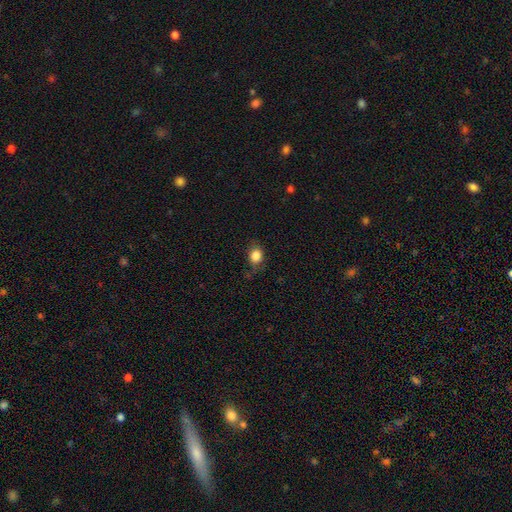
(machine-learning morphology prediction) smooth_or_featured: smooth (p=0.84) [alt: star or artifact p=0.10]
how_rounded: round (p=0.55) [alt: in between p=0.44]
merging: none (p=0.66) [alt: minor disturbance p=0.24]